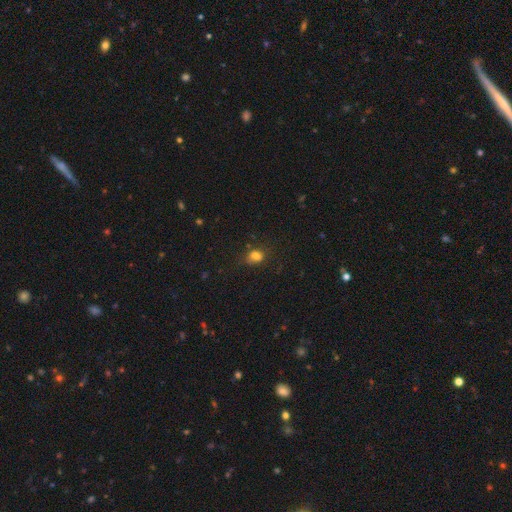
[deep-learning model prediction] smooth_or_featured: smooth (p=0.75) [alt: star or artifact p=0.16]
how_rounded: in between (p=0.59) [alt: round p=0.39]
merging: none (p=0.57) [alt: minor disturbance p=0.23]